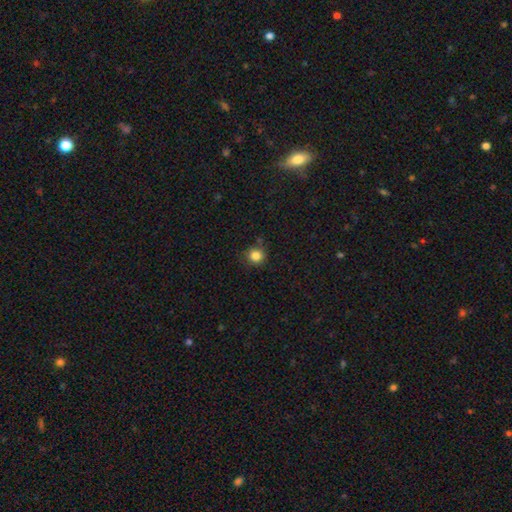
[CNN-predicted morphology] Smooth or featured?
  - smooth: 84% *
  - star or artifact: 11%
  - featured or disk: 4%
How rounded?
  - round: 90% *
  - in between: 9%
  - cigar-shaped: 1%
Merging?
  - none: 80% *
  - minor disturbance: 13%
  - merger: 4%
  - major disturbance: 3%